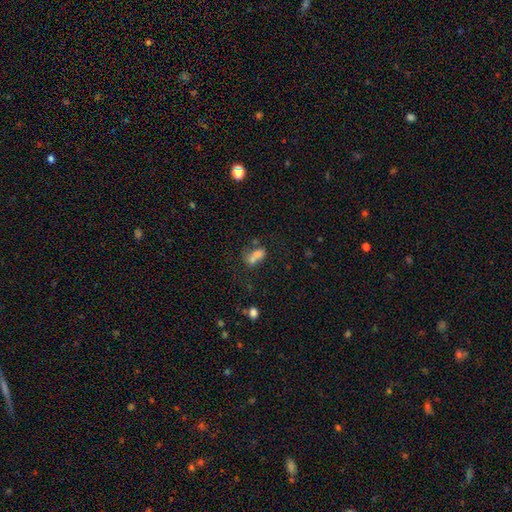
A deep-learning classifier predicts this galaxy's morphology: A smooth galaxy with no disk features (68%) that is in between round and cigar-shaped (71%). Merging: merger (59%).